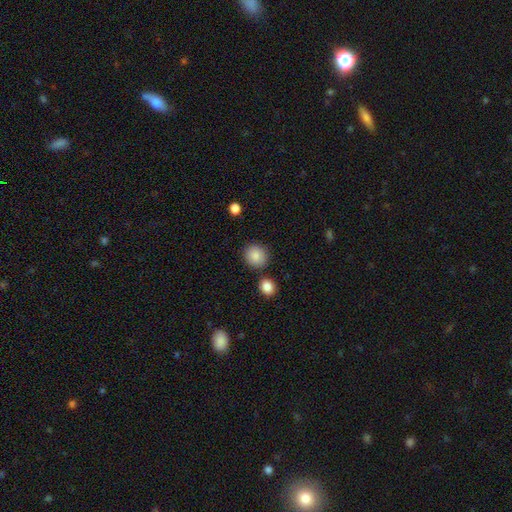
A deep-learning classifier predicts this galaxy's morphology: The model was most divided on "how rounded": round: 86%, in between: 13%, cigar-shaped: 1%. More confident: smooth or featured — smooth (87%); merging — none (85%).